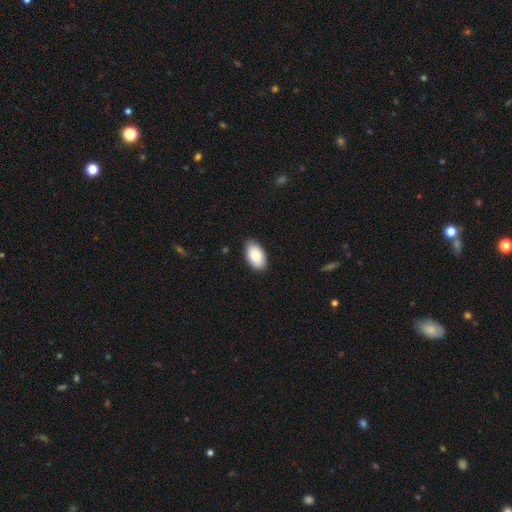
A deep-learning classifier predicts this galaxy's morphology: smooth 81%, featured or disk 12%, star or artifact 6%. Down the decision tree: how rounded — in between (94%); merging — none (86%).